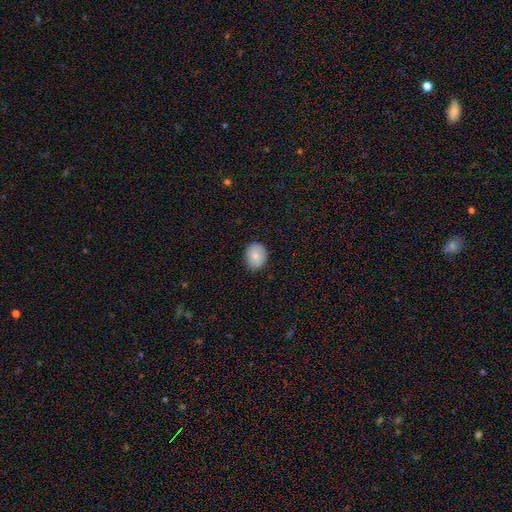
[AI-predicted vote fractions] This is clearly a smooth galaxy (82%). How rounded: possibly round (58%). Merging: clearly none (88%).